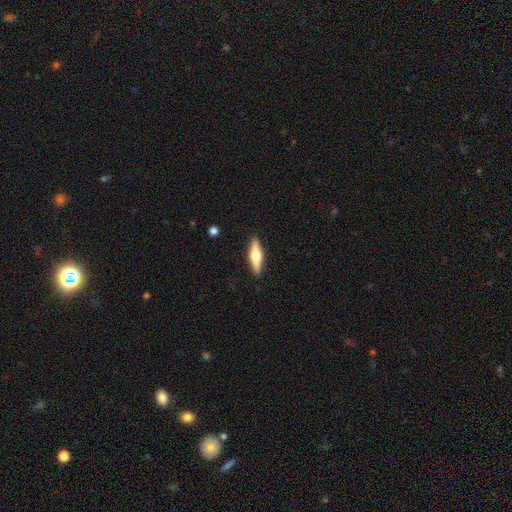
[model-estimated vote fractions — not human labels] A featured or disk galaxy (54%) viewed edge-on (95%) with a rounded central bulge (93%). Merging: none (90%).